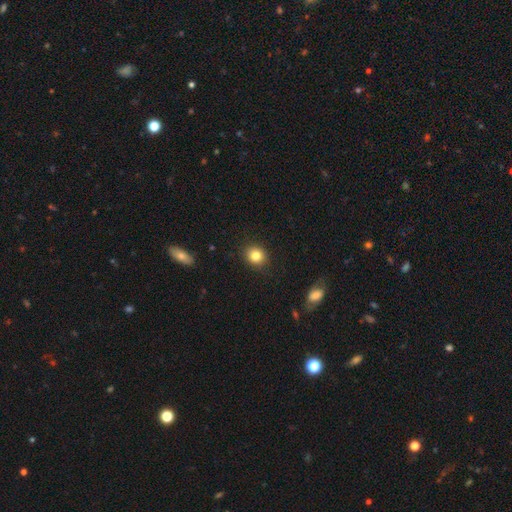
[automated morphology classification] This is clearly a smooth galaxy (83%). How rounded: likely round (77%). Merging: clearly none (89%).